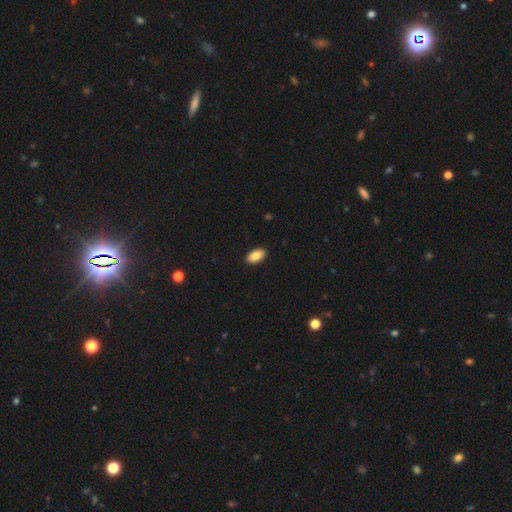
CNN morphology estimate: Q: Smooth or featured?
A: smooth (86%); runner-up: star or artifact (7%)
Q: How rounded?
A: in between (94%); runner-up: round (4%)
Q: Merging?
A: none (90%); runner-up: minor disturbance (7%)